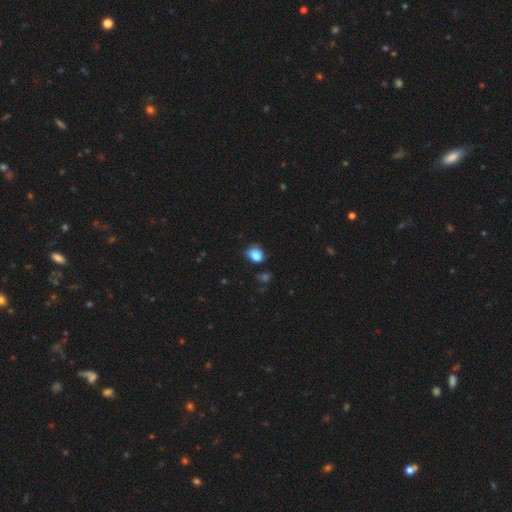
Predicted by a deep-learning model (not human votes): A smooth galaxy with no disk features (81%) that is in between round and cigar-shaped (54%). Merging: none (58%).